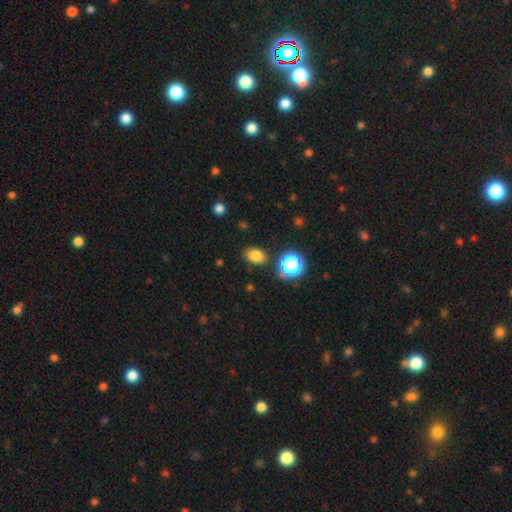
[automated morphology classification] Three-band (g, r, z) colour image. It shows a smooth galaxy with no disk features (81%) that is in between round and cigar-shaped (68%). Merging: none (82%).